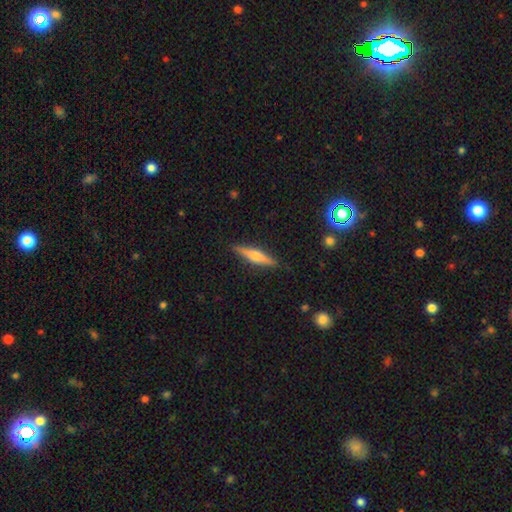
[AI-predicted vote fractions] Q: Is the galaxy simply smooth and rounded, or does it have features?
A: featured or disk — 59%.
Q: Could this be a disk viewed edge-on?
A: yes — 96%.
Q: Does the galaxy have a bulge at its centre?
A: rounded — 88%.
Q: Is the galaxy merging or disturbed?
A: none — 89%.